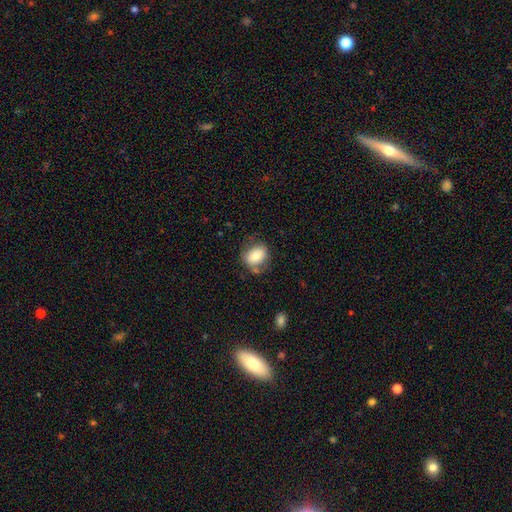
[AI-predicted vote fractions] smooth_or_featured: smooth (p=0.76) [alt: featured or disk p=0.16]
how_rounded: in between (p=0.55) [alt: round p=0.43]
merging: none (p=0.67) [alt: minor disturbance p=0.19]